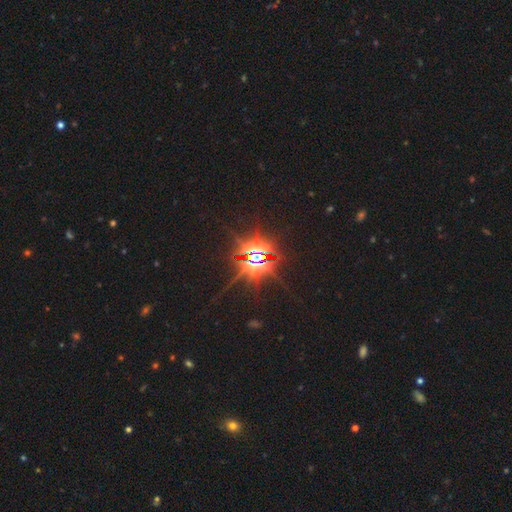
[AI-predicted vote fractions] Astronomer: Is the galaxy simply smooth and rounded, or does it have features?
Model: star or artifact — 85%.